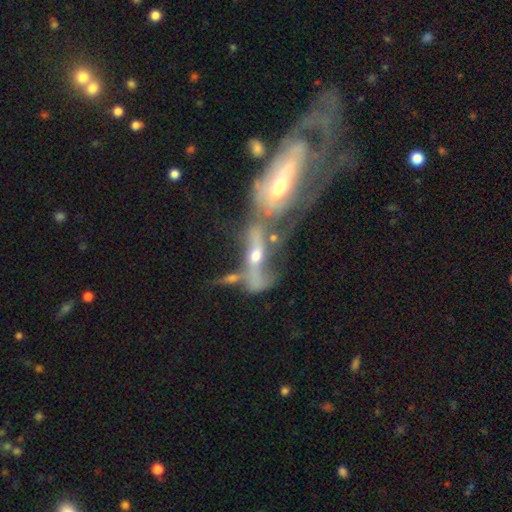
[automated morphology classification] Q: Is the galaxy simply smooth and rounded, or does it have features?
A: featured or disk — 72%.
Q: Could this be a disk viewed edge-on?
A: no — 65%.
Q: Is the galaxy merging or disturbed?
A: merger — 66%.